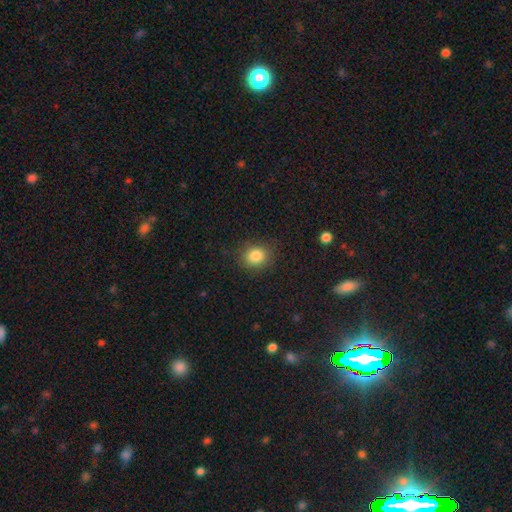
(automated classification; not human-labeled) Q: Smooth or featured?
A: smooth (84%); runner-up: star or artifact (11%)
Q: How rounded?
A: round (72%); runner-up: in between (27%)
Q: Merging?
A: none (86%); runner-up: minor disturbance (10%)